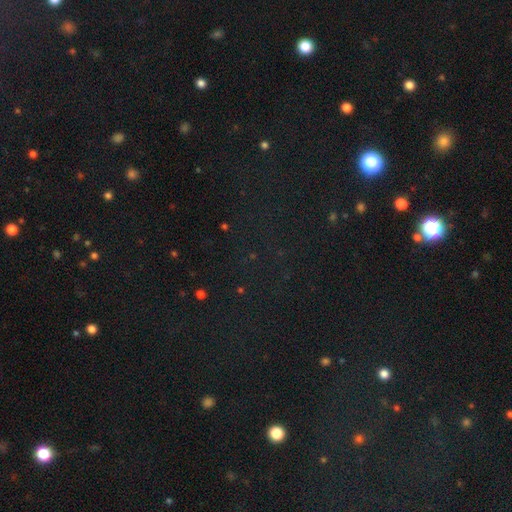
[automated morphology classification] Smooth or featured? star or artifact (72%)